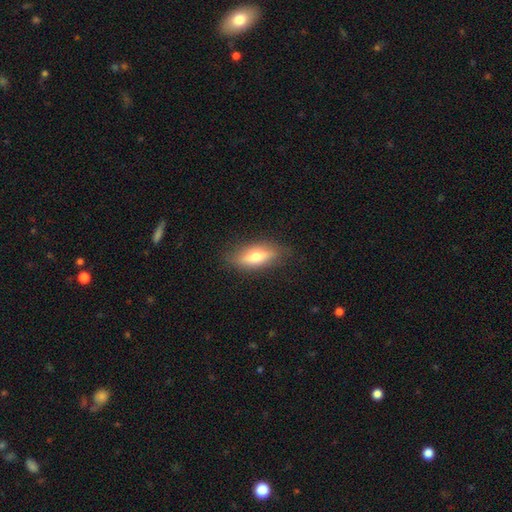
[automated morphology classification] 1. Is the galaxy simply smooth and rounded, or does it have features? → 62% smooth, 31% featured or disk, 7% star or artifact.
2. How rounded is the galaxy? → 64% in between, 33% cigar-shaped, 3% round.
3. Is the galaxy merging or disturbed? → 82% none, 14% minor disturbance, 3% major disturbance, 1% merger.